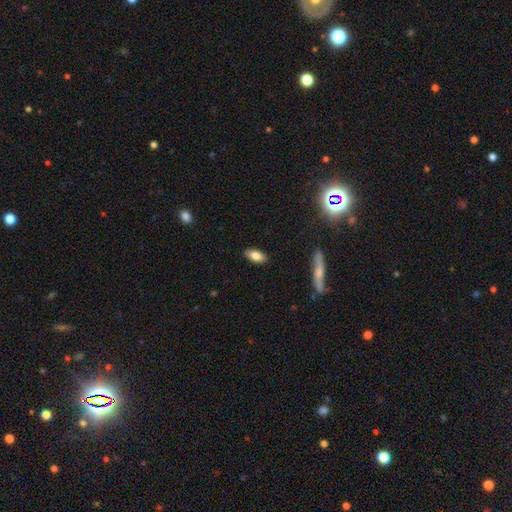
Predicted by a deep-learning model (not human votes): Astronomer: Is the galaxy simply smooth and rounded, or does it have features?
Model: smooth — 80%.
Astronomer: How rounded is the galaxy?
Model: in between — 86%.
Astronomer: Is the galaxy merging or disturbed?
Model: none — 88%.